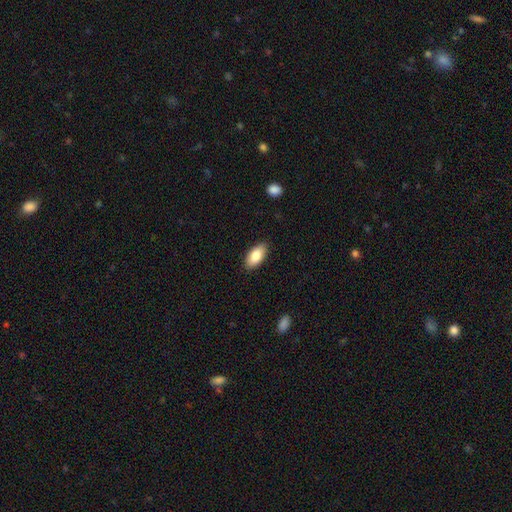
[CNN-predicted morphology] type=smooth (83%); roundness=in between (92%); merging=none (88%).